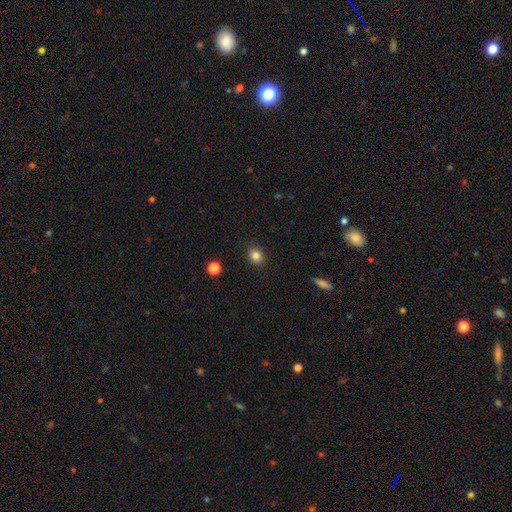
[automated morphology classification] Smooth or featured: smooth — 84% (star or artifact — 11%)
How rounded: round — 69% (in between — 30%)
Merging: none — 89% (minor disturbance — 7%)